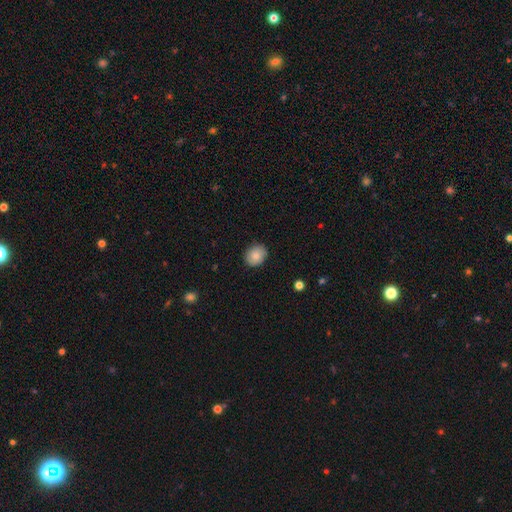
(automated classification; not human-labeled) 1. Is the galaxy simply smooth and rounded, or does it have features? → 83% smooth, 9% featured or disk, 8% star or artifact.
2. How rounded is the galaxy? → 61% round, 38% in between, 1% cigar-shaped.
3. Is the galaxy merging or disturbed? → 87% none, 10% minor disturbance, 2% major disturbance, 1% merger.